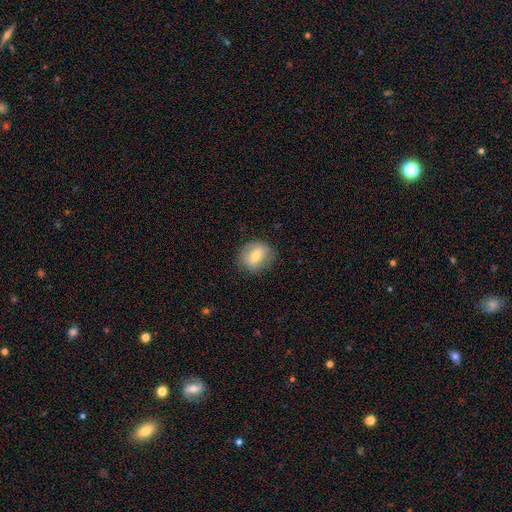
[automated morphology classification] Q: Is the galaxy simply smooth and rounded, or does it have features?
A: smooth — 64%.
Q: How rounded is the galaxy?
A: round — 64%.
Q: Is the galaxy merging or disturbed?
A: none — 79%.